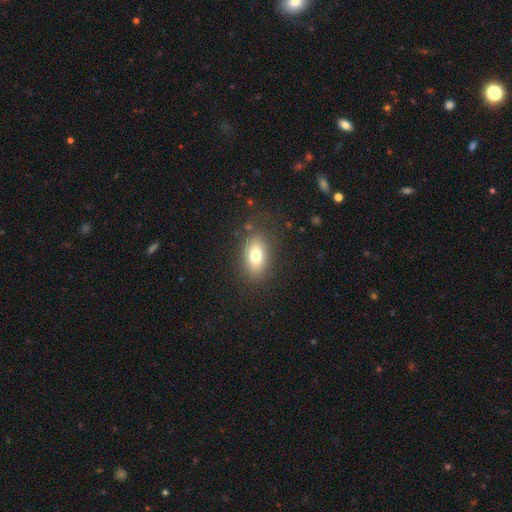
smooth-or-featured: smooth: 72% | featured or disk: 18% | star or artifact: 10%
  how-rounded: in between: 71% | cigar-shaped: 18% | round: 11%
  merging: none: 83% | minor disturbance: 11% | major disturbance: 6% | merger: 0%